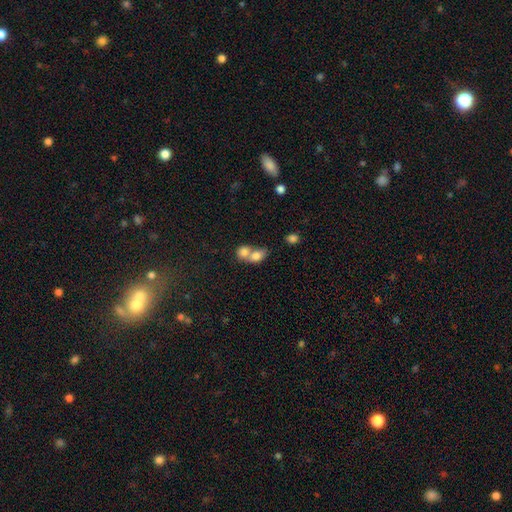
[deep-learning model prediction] Smooth or featured? Predicted: smooth (p=0.77). How rounded? Predicted: in between (p=0.60). Merging? Predicted: merger (p=0.74).